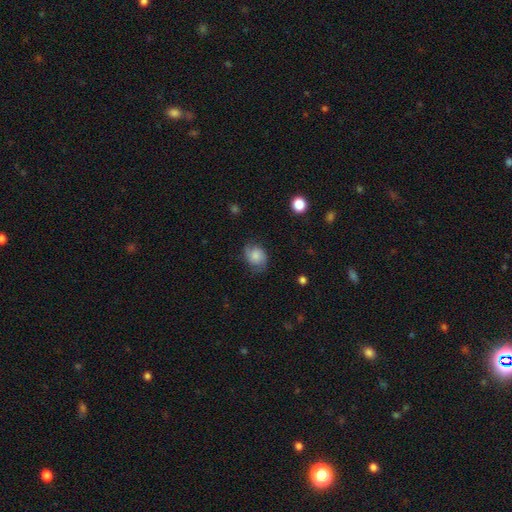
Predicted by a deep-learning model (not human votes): Smooth or featured? Predicted: smooth (p=0.46). Merging? Predicted: none (p=0.70).